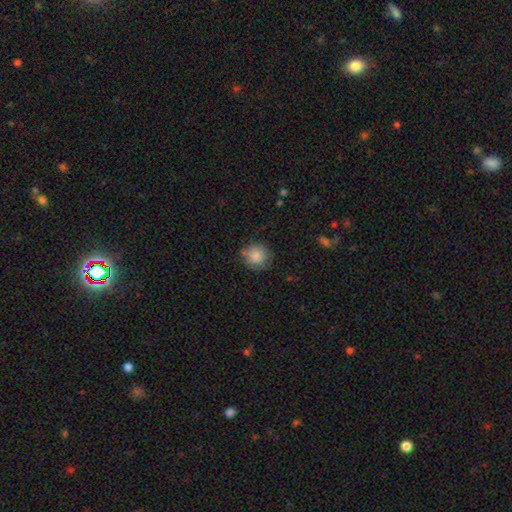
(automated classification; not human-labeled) Morphology: type=smooth (86%); roundness=round (93%); merging=none (82%).